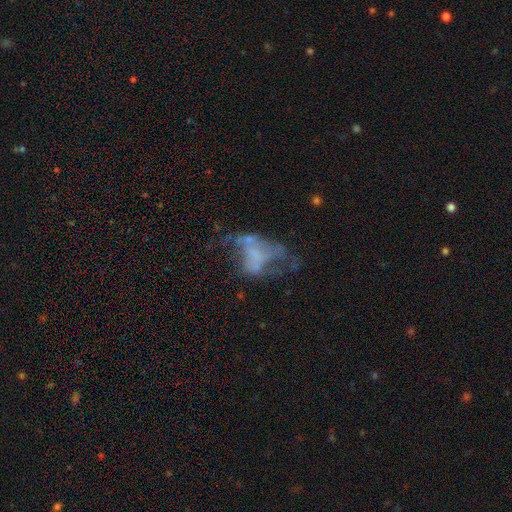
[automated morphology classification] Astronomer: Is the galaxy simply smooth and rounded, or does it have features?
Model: featured or disk — 59%.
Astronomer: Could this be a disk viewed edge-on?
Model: no — 97%.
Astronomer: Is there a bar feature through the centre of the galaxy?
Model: no — 83%.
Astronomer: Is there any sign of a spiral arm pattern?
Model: no — 83%.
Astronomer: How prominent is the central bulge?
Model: none — 74%.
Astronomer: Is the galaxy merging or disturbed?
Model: major disturbance — 46% (runner-up: none, 25%).